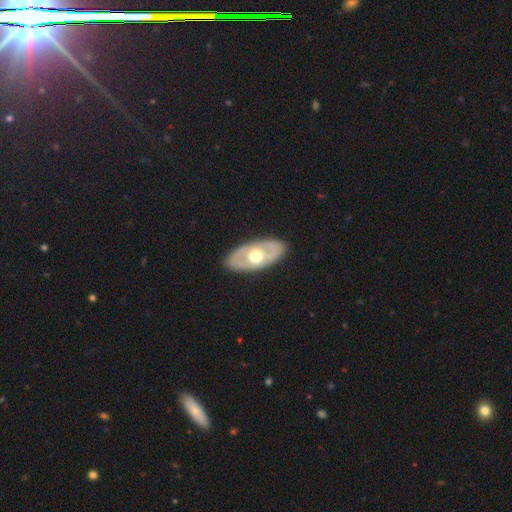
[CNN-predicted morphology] This appears to be a featured or disk galaxy (56%). Merging: none (86%).